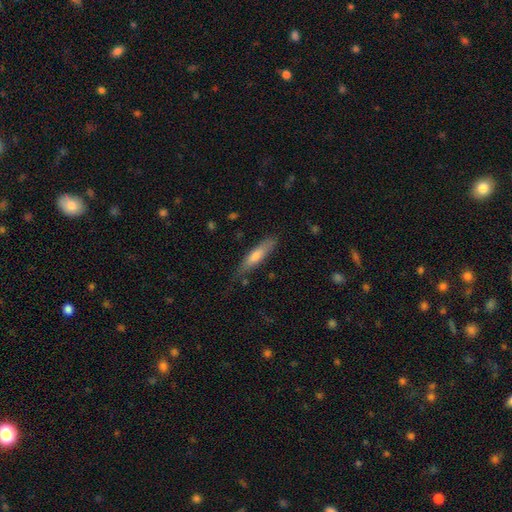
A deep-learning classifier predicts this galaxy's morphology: A smooth galaxy with no disk features (65%) that is cigar-shaped (80%). Merging: none (73%).